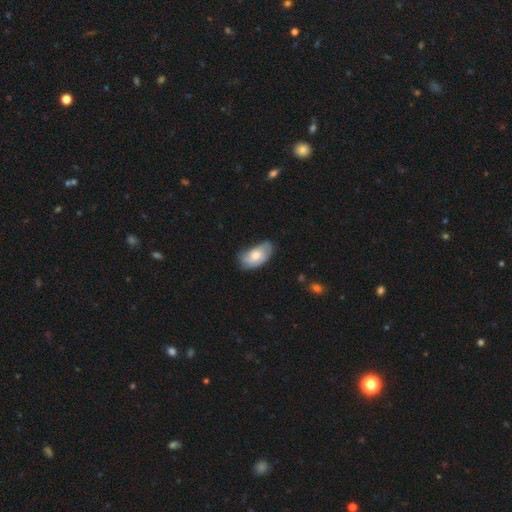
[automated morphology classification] A smooth galaxy with no disk features (58%) that is in between round and cigar-shaped (93%). Merging: none (58%).